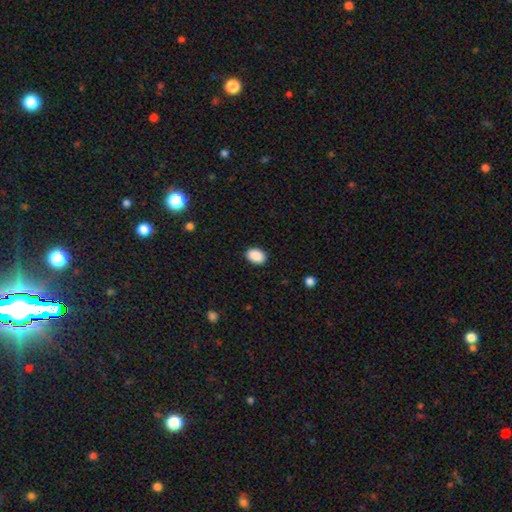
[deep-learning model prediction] Smooth or featured? smooth (90%)
How rounded? in between (82%)
Merging? none (89%)